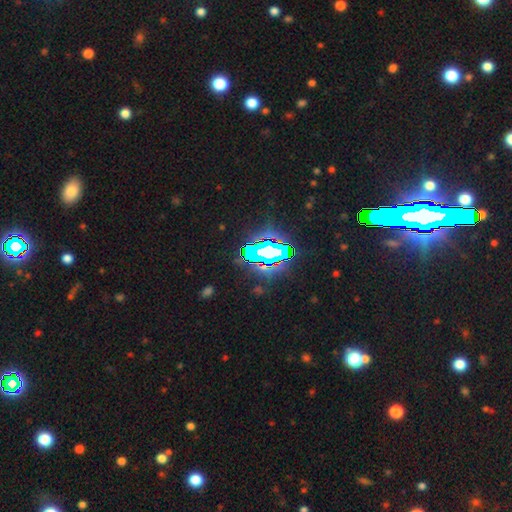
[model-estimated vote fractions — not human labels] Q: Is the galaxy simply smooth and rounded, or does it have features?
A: star or artifact — 80%.